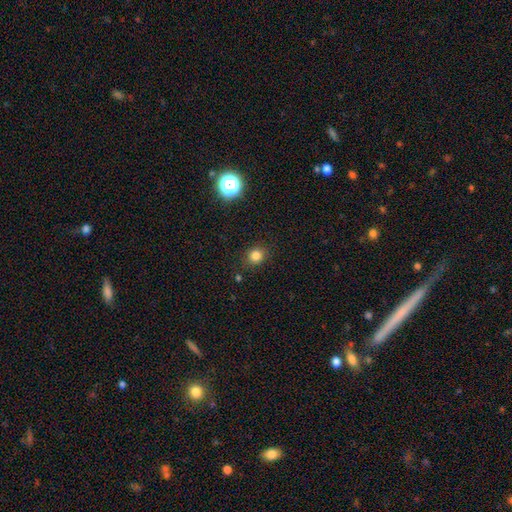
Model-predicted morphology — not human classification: This appears to be a smooth galaxy with no disk features (81%) that is round (80%). Merging: none (86%).